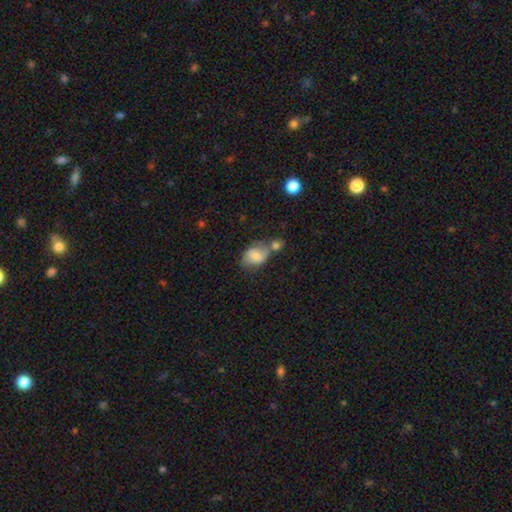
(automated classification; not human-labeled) smooth 62%, featured or disk 29%, star or artifact 9%. Down the decision tree: how rounded — in between (70%); merging — none (40%).